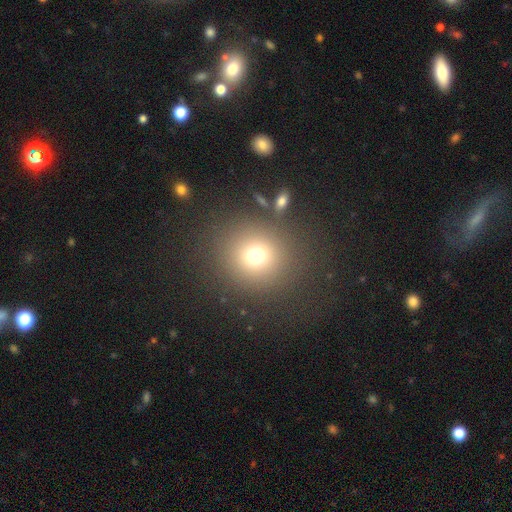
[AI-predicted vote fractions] Overall: smooth (71%). How rounded: round (89%). Merging: none (78%).